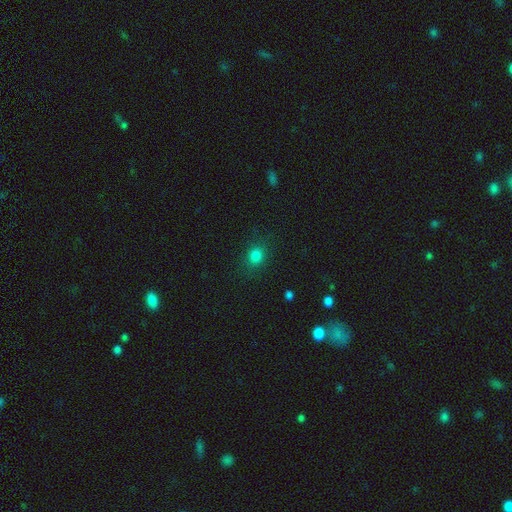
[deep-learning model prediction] This appears to be a smooth galaxy with no disk features (81%) that is round (65%). Merging: none (85%).